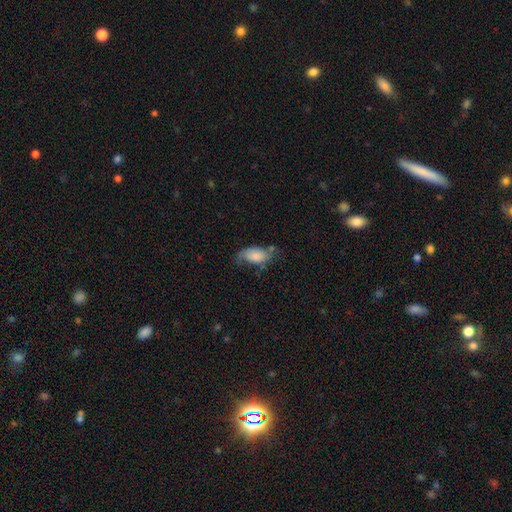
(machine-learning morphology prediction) A smooth galaxy with no disk features (69%) that is in between round and cigar-shaped (92%). Merging: none (41%).